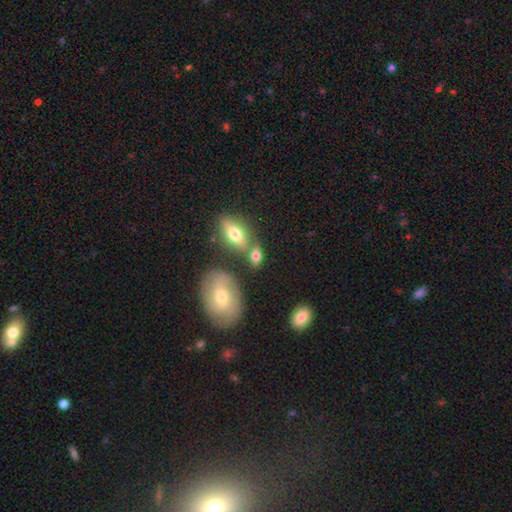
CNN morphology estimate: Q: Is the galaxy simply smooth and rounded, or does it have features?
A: smooth — 67%.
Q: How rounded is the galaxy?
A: in between — 72%.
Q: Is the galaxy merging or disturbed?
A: none — 53%.